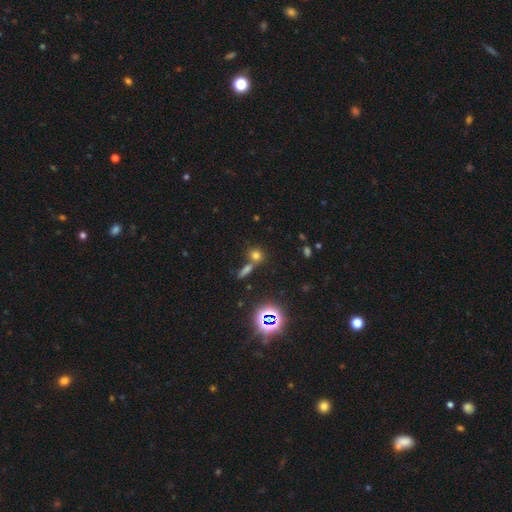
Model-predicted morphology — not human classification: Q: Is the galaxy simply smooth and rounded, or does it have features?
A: smooth — 65%.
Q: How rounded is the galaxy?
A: round — 73%.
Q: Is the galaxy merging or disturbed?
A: none — 57%.